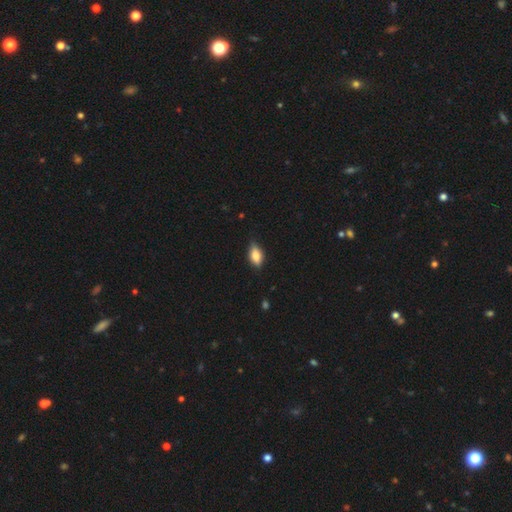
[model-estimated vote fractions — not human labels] This appears to be a smooth galaxy with no disk features (79%) that is in between round and cigar-shaped (87%). Merging: none (78%).